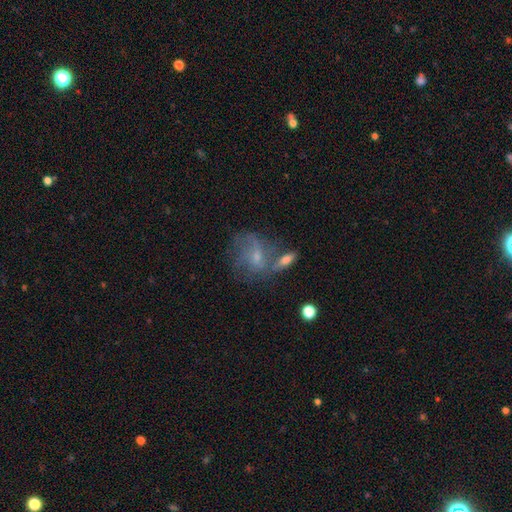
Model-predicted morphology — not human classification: This appears to be a featured or disk galaxy (52%). Merging: none (38%).